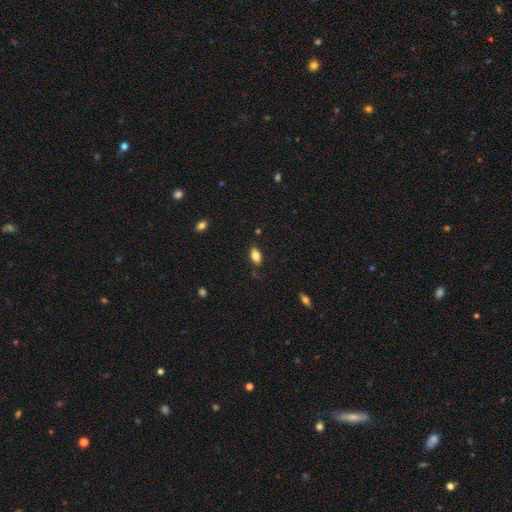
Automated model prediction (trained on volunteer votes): This is likely a smooth galaxy (80%). How rounded: clearly in between (89%). Merging: likely none (78%).